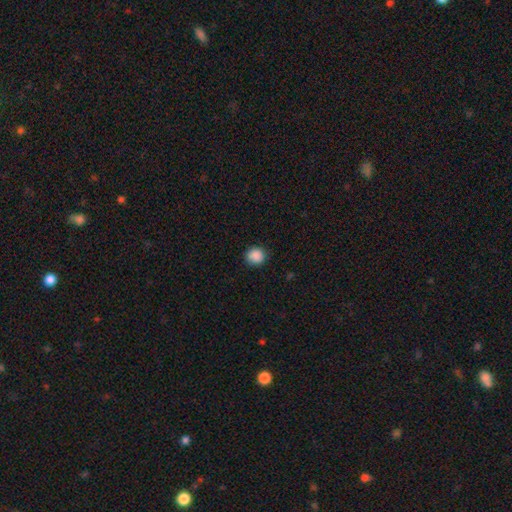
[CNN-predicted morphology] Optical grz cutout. It shows a smooth galaxy with no disk features (88%) that is round (85%). Merging: none (87%).